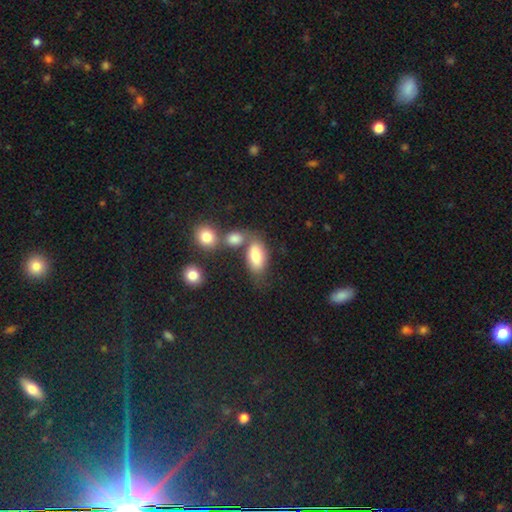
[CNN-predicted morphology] Smooth or featured: smooth — 79% (featured or disk — 12%)
How rounded: in between — 90% (round — 6%)
Merging: none — 52% (merger — 26%)